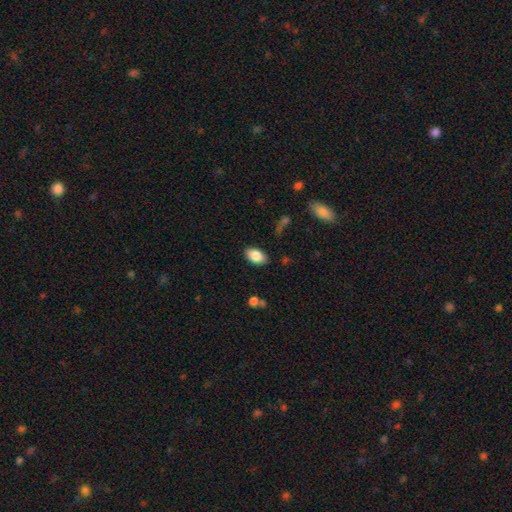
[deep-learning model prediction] Morphology: type=smooth (85%); roundness=in between (92%); merging=none (85%).